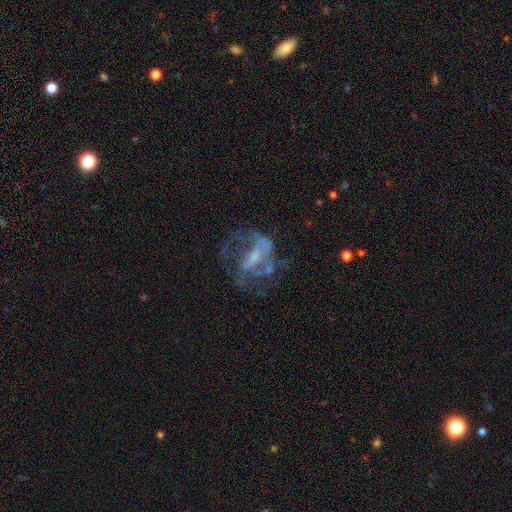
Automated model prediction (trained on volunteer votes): Smooth or featured? Predicted: featured or disk (p=0.67). Edge-on disk? Predicted: no (p=0.95). Bar? Predicted: no (p=0.43). Spiral arms? Predicted: no (p=0.62). Bulge size? Predicted: none (p=0.40). Merging? Predicted: major disturbance (p=0.40).